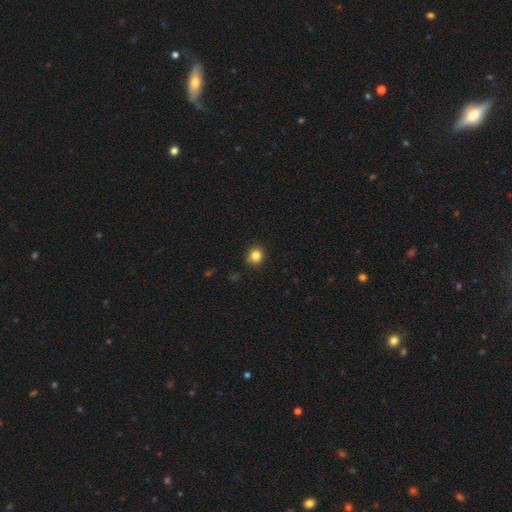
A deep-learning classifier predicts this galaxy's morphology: Smooth or featured? smooth (83%)
How rounded? round (86%)
Merging? none (88%)